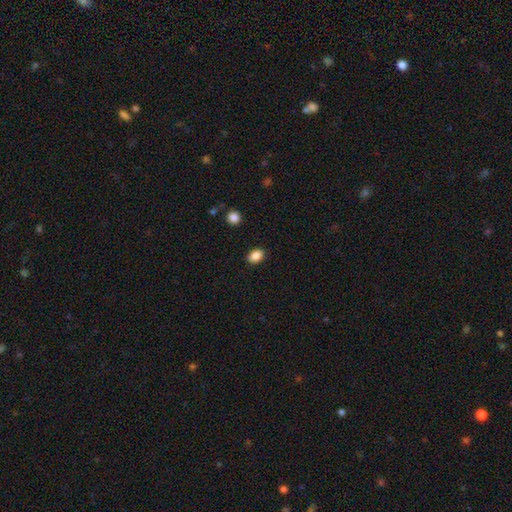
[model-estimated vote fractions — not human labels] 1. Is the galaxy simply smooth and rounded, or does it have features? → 87% smooth, 9% star or artifact, 4% featured or disk.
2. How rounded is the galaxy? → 77% in between, 22% round, 1% cigar-shaped.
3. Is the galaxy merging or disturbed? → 88% none, 8% minor disturbance, 2% major disturbance, 1% merger.